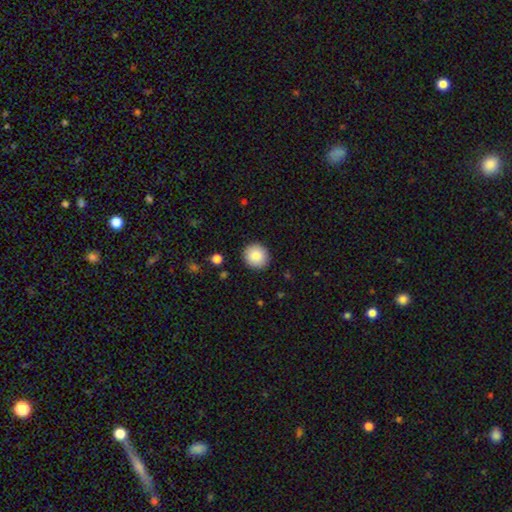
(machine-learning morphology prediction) type=smooth (87%); roundness=round (92%); merging=none (91%).